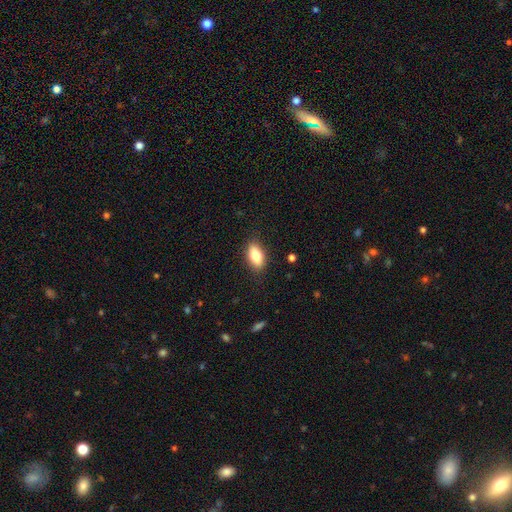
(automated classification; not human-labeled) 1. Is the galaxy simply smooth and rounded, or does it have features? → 81% smooth, 12% featured or disk, 7% star or artifact.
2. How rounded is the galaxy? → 87% in between, 8% cigar-shaped, 5% round.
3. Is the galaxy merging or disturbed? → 86% none, 11% minor disturbance, 3% major disturbance, 1% merger.